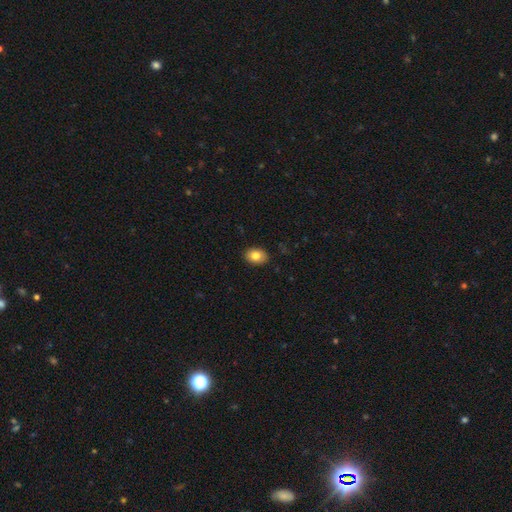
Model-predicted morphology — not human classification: smooth 82%, featured or disk 10%, star or artifact 8%. Down the decision tree: how rounded — in between (72%); merging — none (89%).